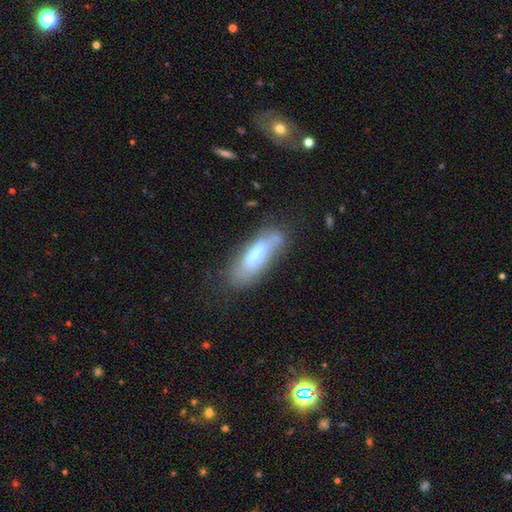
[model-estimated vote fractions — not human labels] Q: Smooth or featured?
A: smooth (59%); runner-up: featured or disk (33%)
Q: How rounded?
A: in between (52%); runner-up: cigar-shaped (46%)
Q: Merging?
A: none (54%); runner-up: minor disturbance (23%)